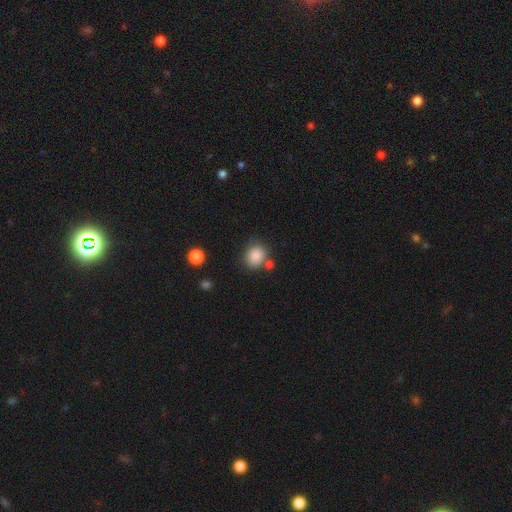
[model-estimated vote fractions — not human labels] Smooth or featured? smooth (86%)
How rounded? round (66%)
Merging? none (68%)